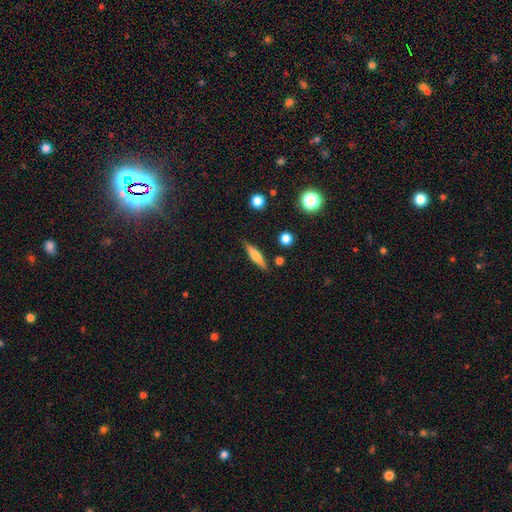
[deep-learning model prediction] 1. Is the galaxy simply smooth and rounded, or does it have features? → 63% smooth, 30% featured or disk, 7% star or artifact.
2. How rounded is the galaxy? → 82% cigar-shaped, 16% in between, 2% round.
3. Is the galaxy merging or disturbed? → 85% none, 10% minor disturbance, 3% merger, 2% major disturbance.